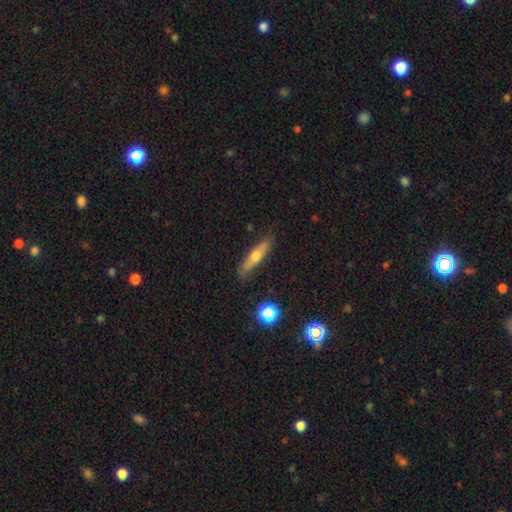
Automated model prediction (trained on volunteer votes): smooth-or-featured: smooth: 49% | featured or disk: 43% | star or artifact: 7%
  merging: none: 81% | minor disturbance: 14% | major disturbance: 3% | merger: 2%